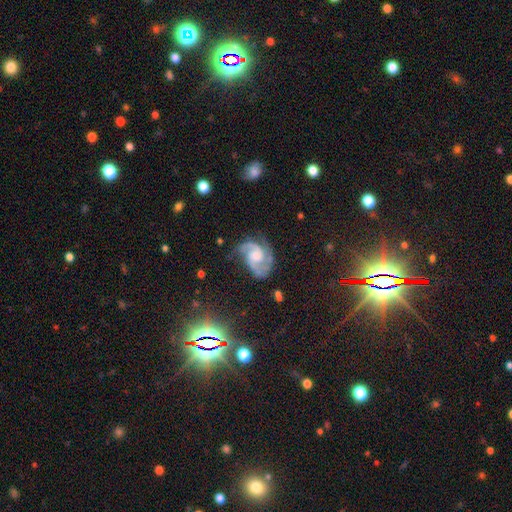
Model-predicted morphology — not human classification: This appears to be a featured or disk galaxy (88%) with no bar (59%), 2 (76%) medium (53%) spiral arms (97%) and a moderate central bulge (42%). Merging: none (62%).